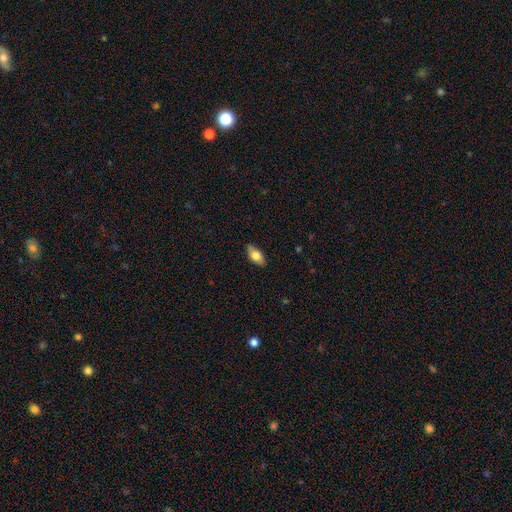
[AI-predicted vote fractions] A smooth galaxy with no disk features (71%) that is in between round and cigar-shaped (86%). Merging: none (85%).